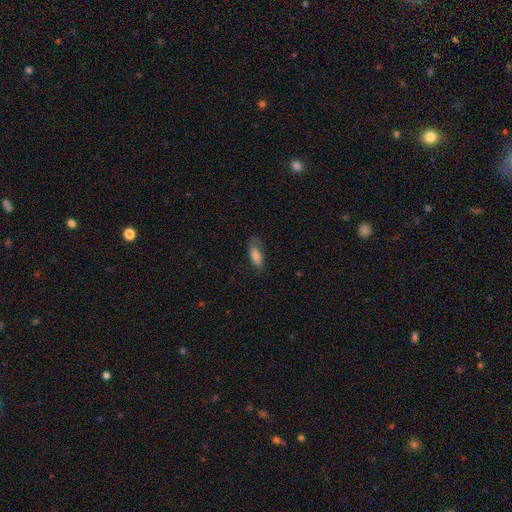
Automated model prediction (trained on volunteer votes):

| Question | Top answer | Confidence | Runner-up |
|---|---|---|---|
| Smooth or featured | smooth | 79% | featured or disk (13%) |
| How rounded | in between | 68% | cigar-shaped (30%) |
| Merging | none | 64% | minor disturbance (24%) |